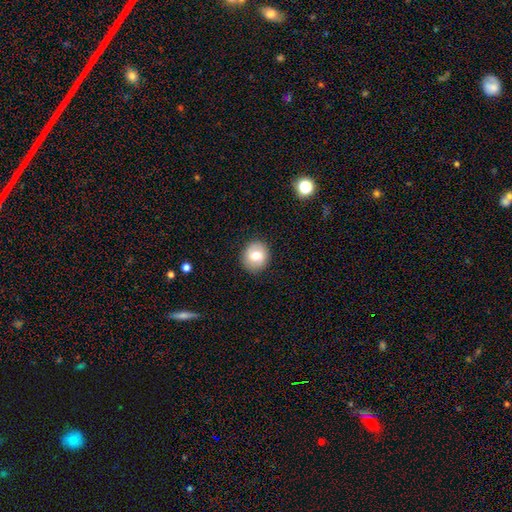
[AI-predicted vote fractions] A smooth galaxy with no disk features (71%) that is round (81%).

Vote fractions:
- Smooth or featured? smooth: 71% / featured or disk: 20% / star or artifact: 9%
- How rounded? round: 81% / in between: 19% / cigar-shaped: 1%
- Merging? none: 89% / minor disturbance: 8% / major disturbance: 2% / merger: 1%